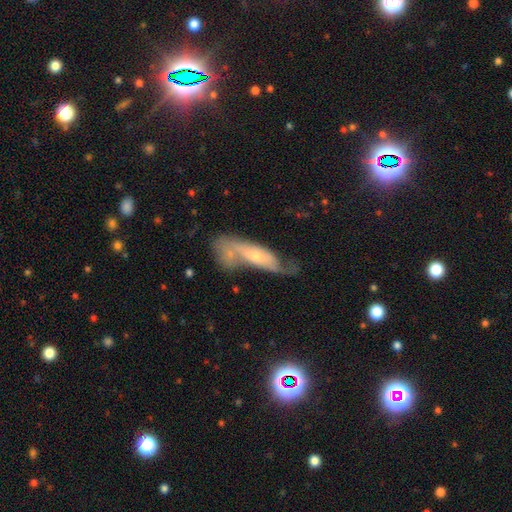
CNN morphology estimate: This appears to be a featured or disk galaxy (53%). Merging: merger (31%).